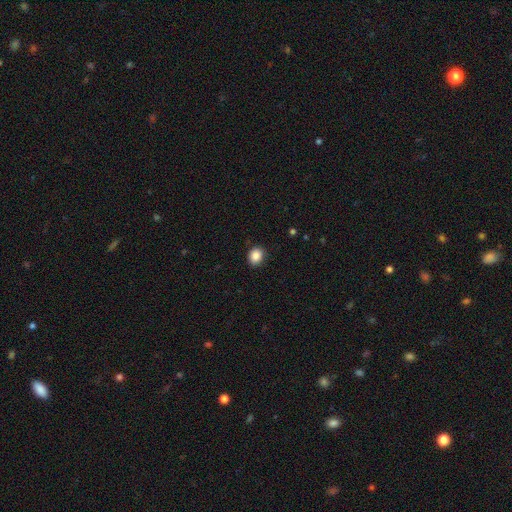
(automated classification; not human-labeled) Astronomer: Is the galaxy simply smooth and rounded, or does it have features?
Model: smooth — 88%.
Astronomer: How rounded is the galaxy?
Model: round — 58% (runner-up: in between, 41%).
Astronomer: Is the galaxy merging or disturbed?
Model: none — 88%.